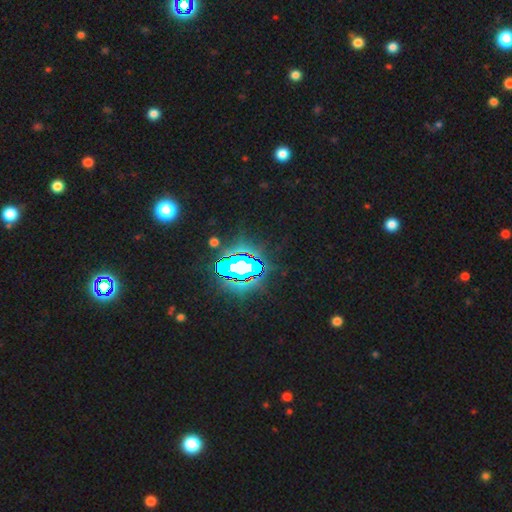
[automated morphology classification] smooth-or-featured: star or artifact: 85% | smooth: 9% | featured or disk: 6%